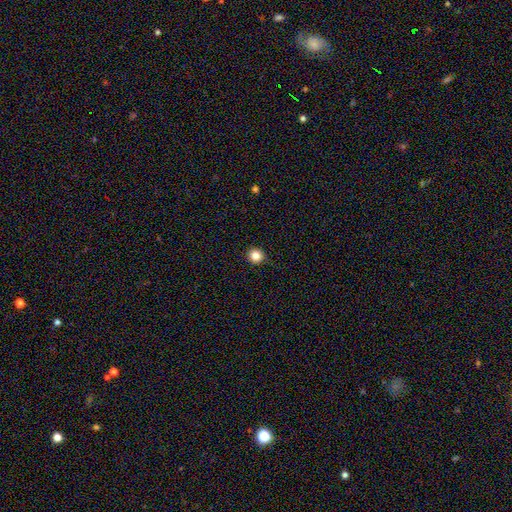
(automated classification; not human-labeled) This appears to be a smooth galaxy with no disk features (84%) that is round (94%). Merging: none (92%).